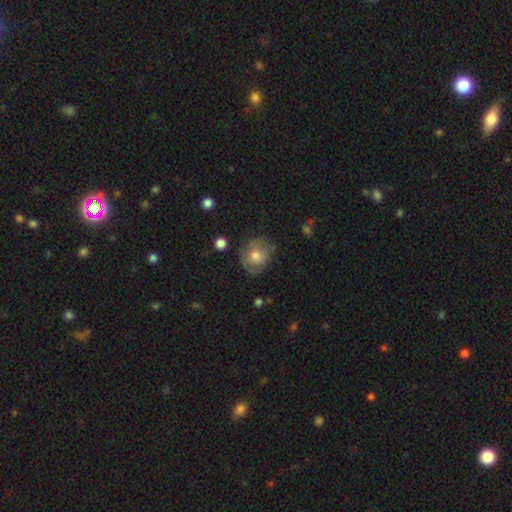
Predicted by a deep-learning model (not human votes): smooth 58%, featured or disk 35%, star or artifact 7%. Down the decision tree: how rounded — round (74%); merging — none (63%).